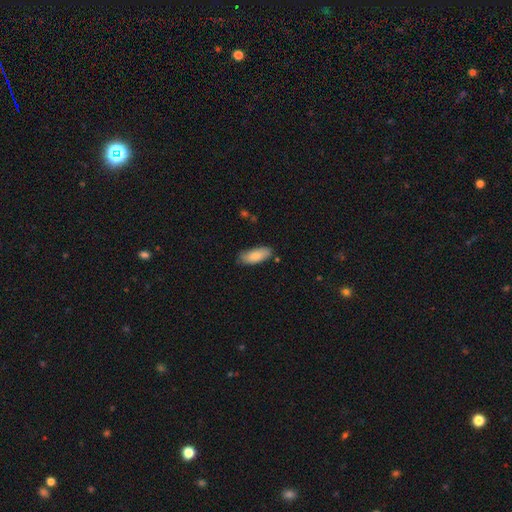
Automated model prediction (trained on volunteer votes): Q: Smooth or featured?
A: smooth (84%); runner-up: featured or disk (10%)
Q: How rounded?
A: in between (77%); runner-up: cigar-shaped (21%)
Q: Merging?
A: none (77%); runner-up: minor disturbance (18%)